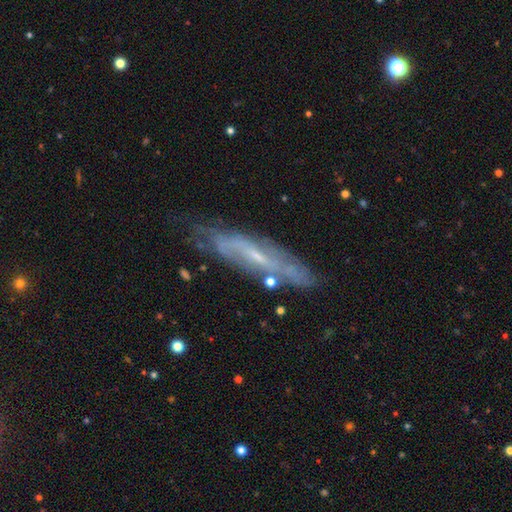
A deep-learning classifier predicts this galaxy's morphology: featured or disk 71%, smooth 21%, star or artifact 8%. Down the decision tree: edge-on disk — no (53%); merging — none (68%).